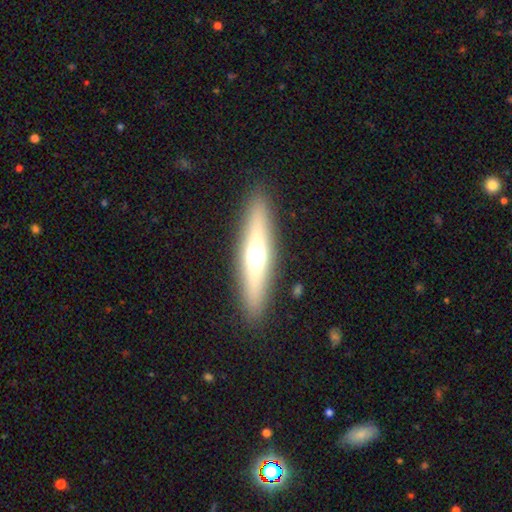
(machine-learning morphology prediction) This appears to be a featured or disk galaxy (48%). Merging: none (89%).